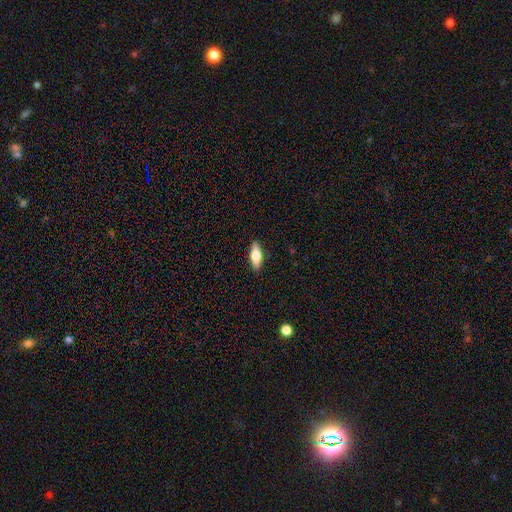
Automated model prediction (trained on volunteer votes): Smooth or featured? smooth (67%)
How rounded? in between (71%)
Merging? none (89%)